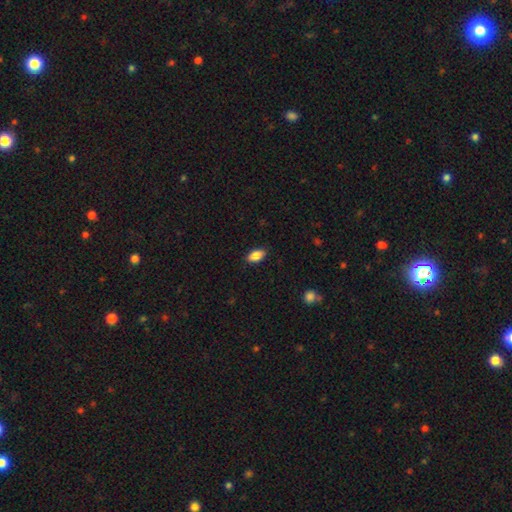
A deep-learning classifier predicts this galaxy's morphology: A smooth galaxy with no disk features (86%) that is in between round and cigar-shaped (90%).

Vote fractions:
- Smooth or featured? smooth: 86% / star or artifact: 7% / featured or disk: 6%
- How rounded? in between: 90% / cigar-shaped: 5% / round: 4%
- Merging? none: 87% / minor disturbance: 10% / major disturbance: 2% / merger: 1%